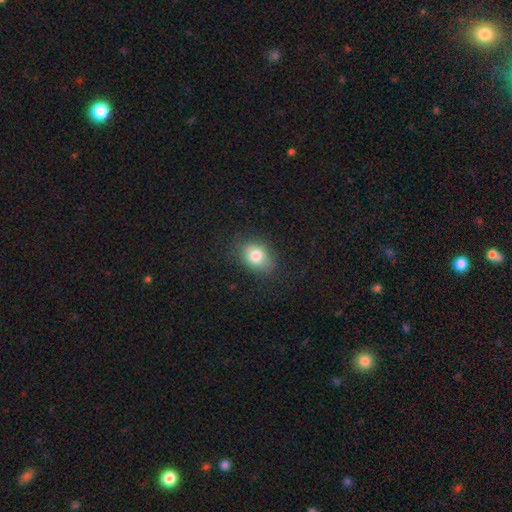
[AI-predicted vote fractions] This appears to be a smooth galaxy with no disk features (80%) that is in between round and cigar-shaped (58%). Merging: none (77%).